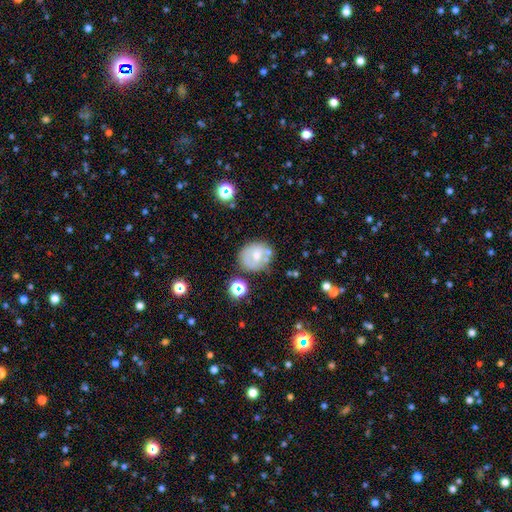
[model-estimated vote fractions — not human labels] Morphology: type=smooth (55%); roundness=round (69%); merging=none (58%).